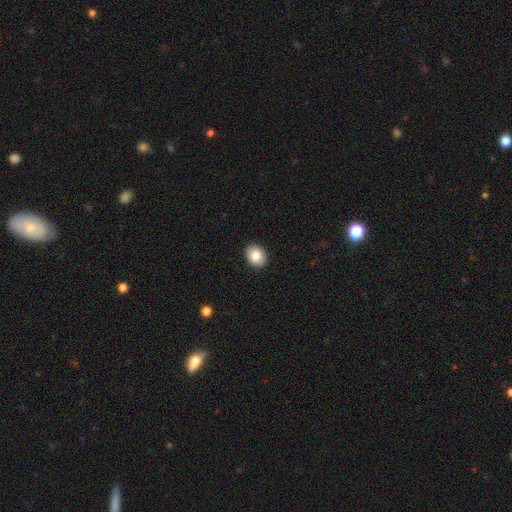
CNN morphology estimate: Overall: smooth (83%). How rounded: in between (62%; round 37%). Merging: none (91%).